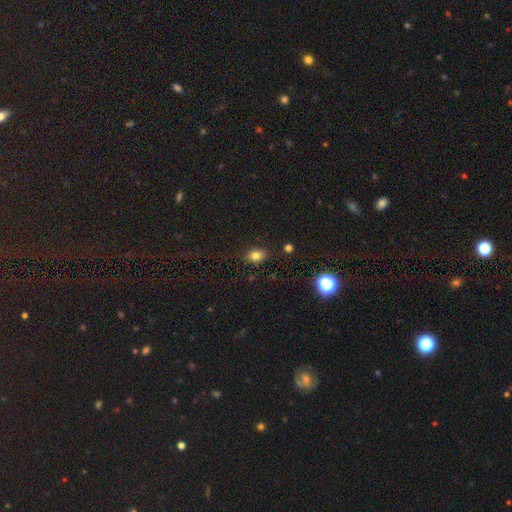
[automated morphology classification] Smooth or featured?
  - smooth: 78% *
  - star or artifact: 14%
  - featured or disk: 8%
How rounded?
  - in between: 66% *
  - round: 32%
  - cigar-shaped: 2%
Merging?
  - none: 83% *
  - minor disturbance: 13%
  - major disturbance: 3%
  - merger: 2%